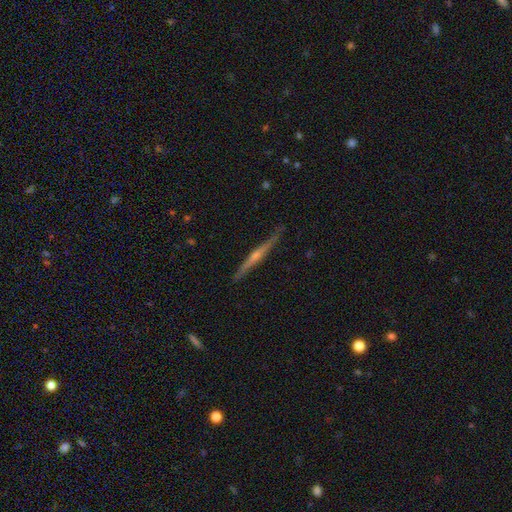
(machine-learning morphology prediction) type=featured or disk (77%); edge-on=yes (98%); edge-on bulge=rounded (74%); merging=none (88%).